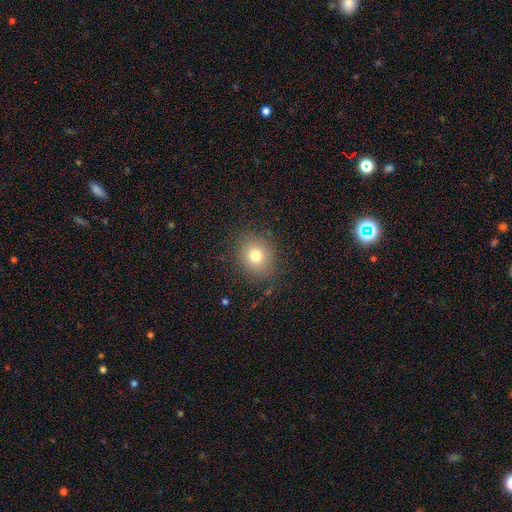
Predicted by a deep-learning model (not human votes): smooth_or_featured: smooth (p=0.75) [alt: star or artifact p=0.13]
how_rounded: round (p=0.69) [alt: in between p=0.30]
merging: none (p=0.83) [alt: minor disturbance p=0.12]